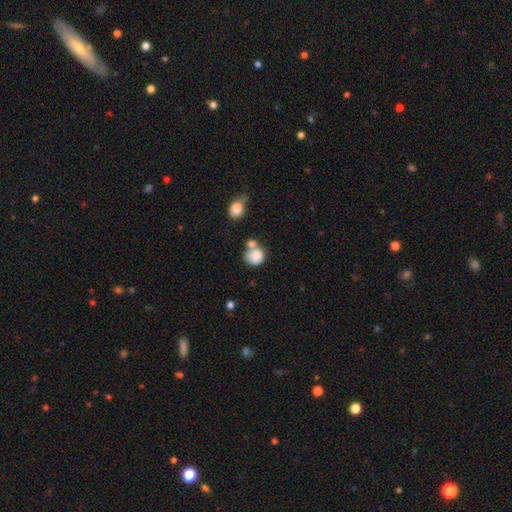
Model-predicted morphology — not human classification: This is likely a smooth galaxy (80%). How rounded: likely round (77%). Merging: marginally merger (40%).